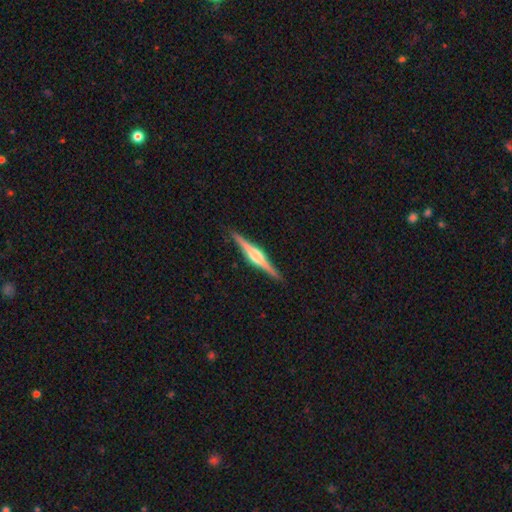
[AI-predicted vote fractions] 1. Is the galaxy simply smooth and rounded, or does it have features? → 82% featured or disk, 13% smooth, 5% star or artifact.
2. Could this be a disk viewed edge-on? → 99% yes, 1% no.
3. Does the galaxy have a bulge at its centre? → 83% rounded, 14% boxy, 3% none.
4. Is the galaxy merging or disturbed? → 91% none, 6% minor disturbance, 1% major disturbance, 1% merger.